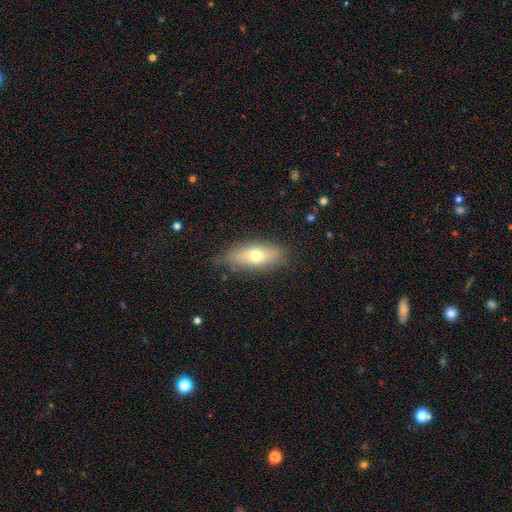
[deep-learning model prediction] Smooth or featured? smooth (60%)
How rounded? in between (66%)
Merging? none (82%)